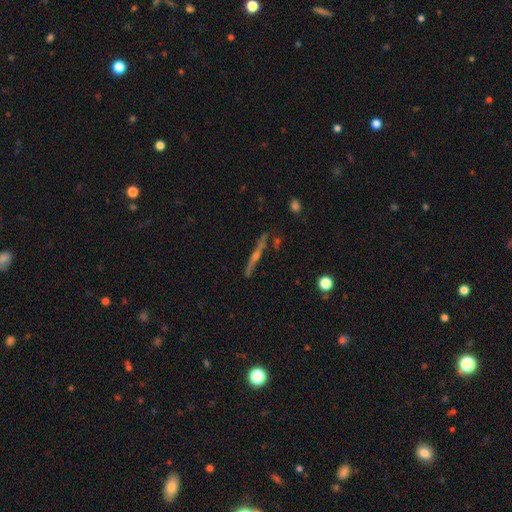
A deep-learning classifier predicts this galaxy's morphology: type=featured or disk (73%); edge-on=yes (96%); edge-on bulge=rounded (79%); merging=none (81%).